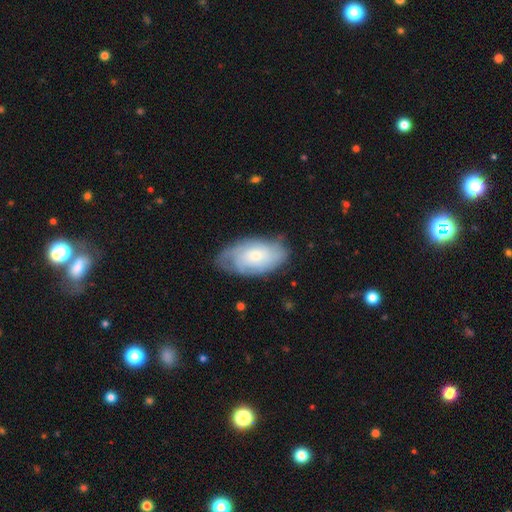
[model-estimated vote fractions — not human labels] Q: Smooth or featured?
A: featured or disk (62%); runner-up: smooth (31%)
Q: Edge-on disk?
A: no (94%); runner-up: yes (6%)
Q: Bar?
A: no (77%); runner-up: weak (20%)
Q: Spiral arms?
A: yes (86%); runner-up: no (14%)
Q: Spiral winding?
A: tight (66%); runner-up: medium (25%)
Q: Spiral arm count?
A: can't tell (55%); runner-up: 2 (16%)
Q: Bulge size?
A: small (59%); runner-up: moderate (35%)
Q: Merging?
A: none (72%); runner-up: minor disturbance (21%)